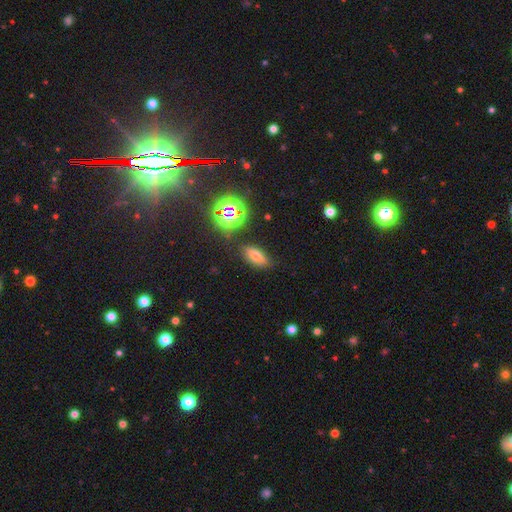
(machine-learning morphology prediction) Smooth or featured? Predicted: smooth (p=0.60). How rounded? Predicted: in between (p=0.81). Merging? Predicted: none (p=0.83).